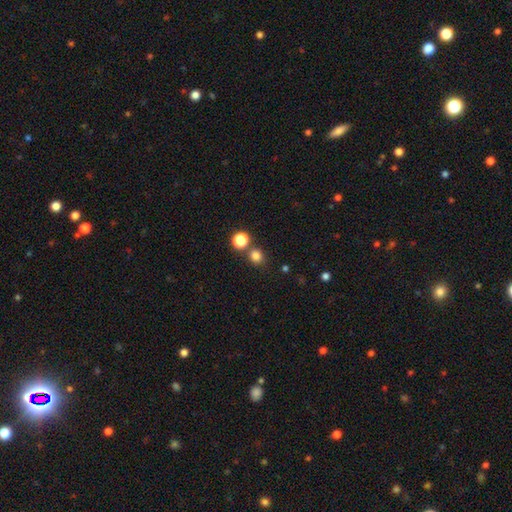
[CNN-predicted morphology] Q: Smooth or featured?
A: smooth (80%); runner-up: star or artifact (15%)
Q: How rounded?
A: round (83%); runner-up: in between (16%)
Q: Merging?
A: none (74%); runner-up: merger (16%)